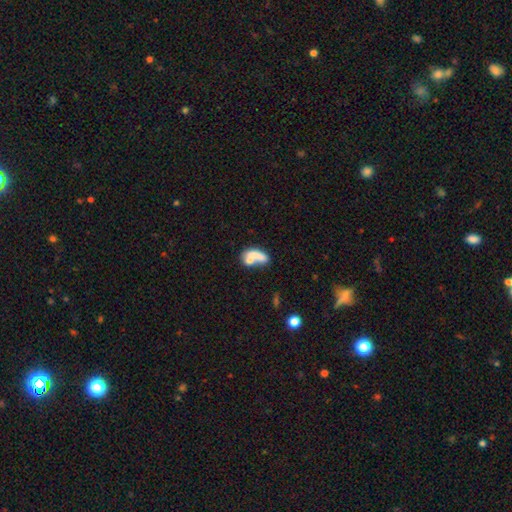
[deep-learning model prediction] Smooth or featured: smooth — 62% (featured or disk — 29%)
How rounded: in between — 75% (cigar-shaped — 13%)
Merging: merger — 48% (none — 25%)